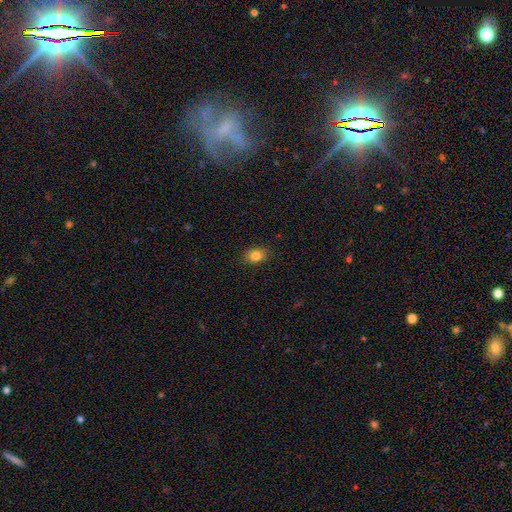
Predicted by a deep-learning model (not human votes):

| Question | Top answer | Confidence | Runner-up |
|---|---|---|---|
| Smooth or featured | smooth | 83% | star or artifact (10%) |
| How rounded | in between | 60% | round (39%) |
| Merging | none | 88% | minor disturbance (9%) |